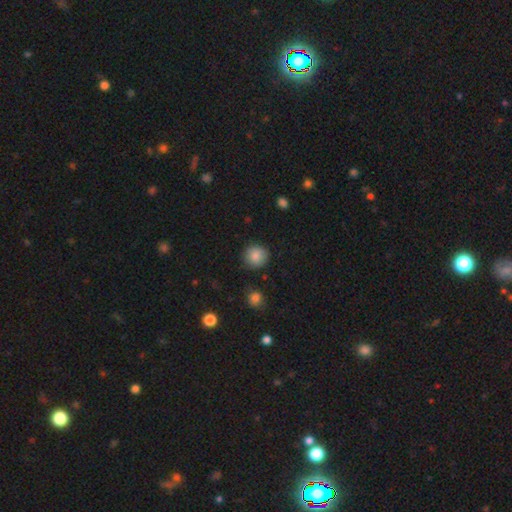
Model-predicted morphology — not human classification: Smooth or featured? smooth (85%)
How rounded? round (90%)
Merging? none (85%)